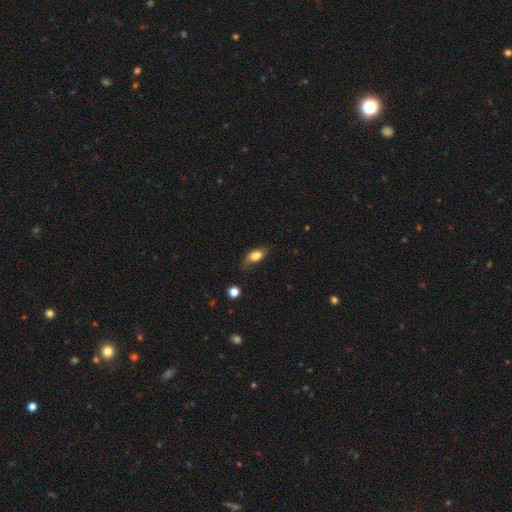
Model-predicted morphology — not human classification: Q: Smooth or featured?
A: smooth (79%); runner-up: featured or disk (13%)
Q: How rounded?
A: in between (84%); runner-up: round (8%)
Q: Merging?
A: none (60%); runner-up: minor disturbance (29%)